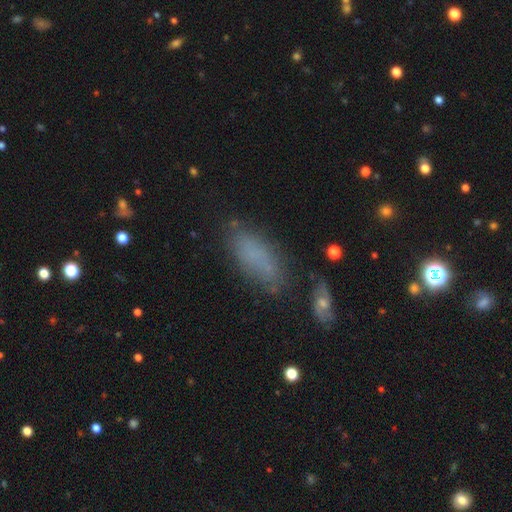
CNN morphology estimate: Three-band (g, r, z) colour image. It shows a smooth galaxy with no disk features (72%) that is in between round and cigar-shaped (79%). Merging: none (62%).